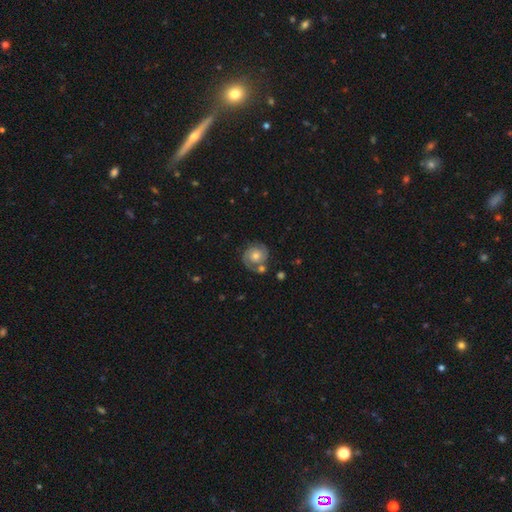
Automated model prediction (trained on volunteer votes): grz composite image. It shows a featured or disk galaxy (77%) with no bar (77%), 2 (84%) tight (58%) spiral arms (94%) and a moderate central bulge (56%). Merging: none (71%).